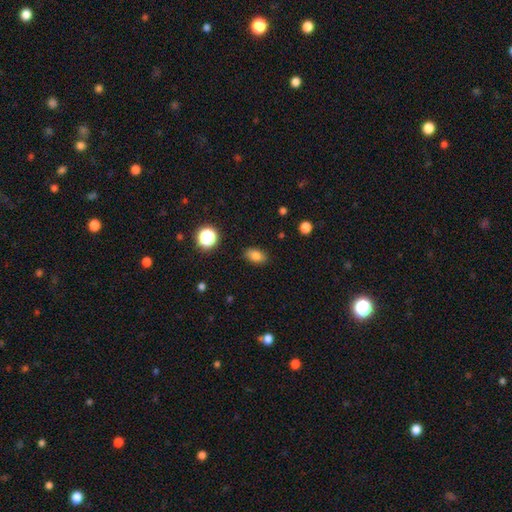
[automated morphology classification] A smooth galaxy with no disk features (81%) that is in between round and cigar-shaped (86%). Merging: none (87%).